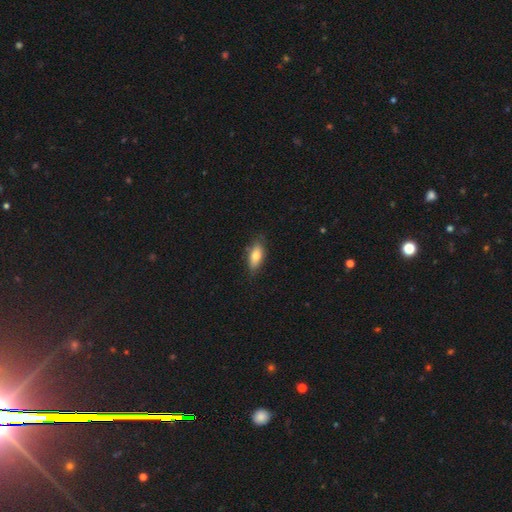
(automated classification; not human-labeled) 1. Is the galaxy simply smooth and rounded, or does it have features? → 77% smooth, 16% featured or disk, 7% star or artifact.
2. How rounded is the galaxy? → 82% in between, 15% cigar-shaped, 3% round.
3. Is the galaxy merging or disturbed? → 78% none, 18% minor disturbance, 3% major disturbance, 1% merger.